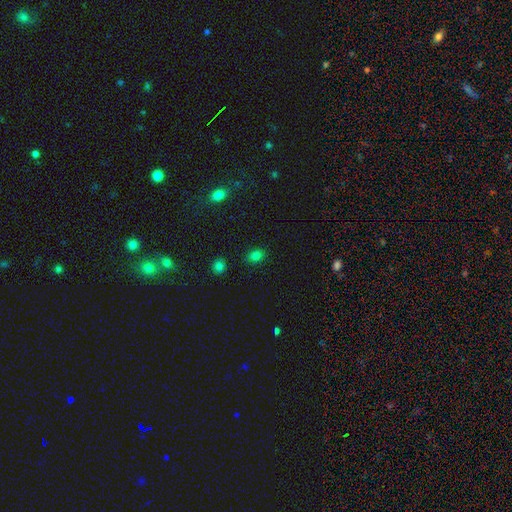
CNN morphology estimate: A smooth galaxy with no disk features (80%) that is in between round and cigar-shaped (61%). Merging: none (85%).